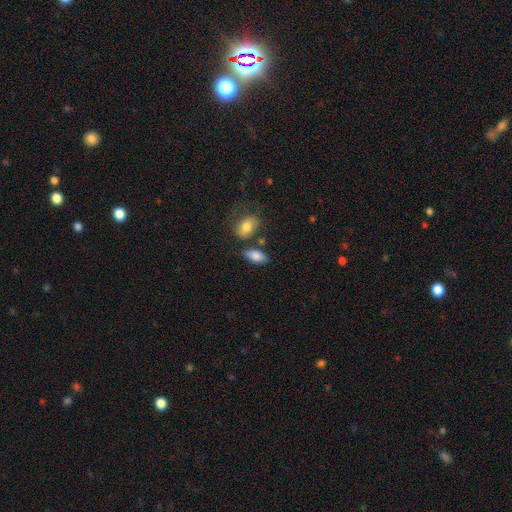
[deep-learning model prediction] Overall: smooth (83%). How rounded: in between (89%). Merging: none (64%).